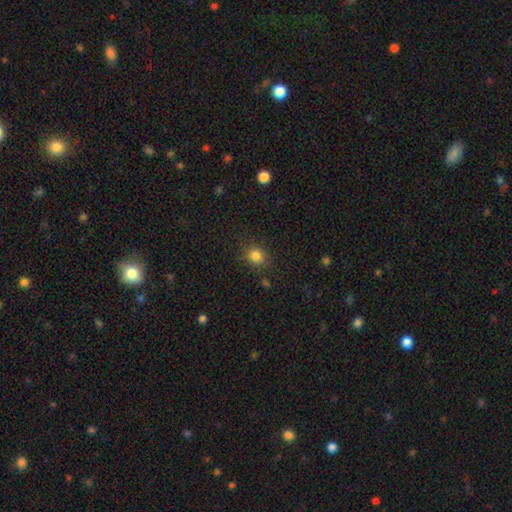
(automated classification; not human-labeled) This is clearly a smooth galaxy (82%). How rounded: likely round (79%). Merging: clearly none (85%).